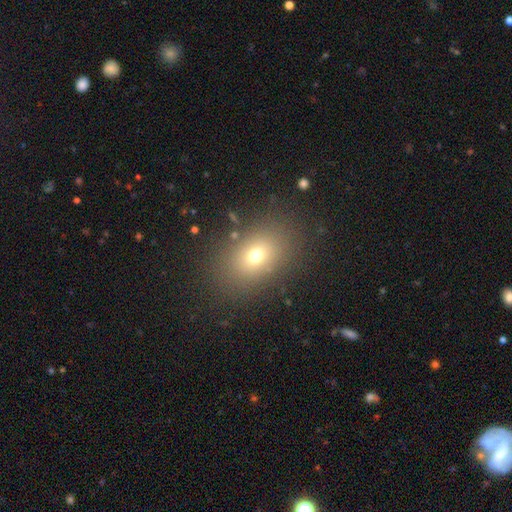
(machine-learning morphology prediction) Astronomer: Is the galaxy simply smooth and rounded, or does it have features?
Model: smooth — 69%.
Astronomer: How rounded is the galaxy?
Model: in between — 68%.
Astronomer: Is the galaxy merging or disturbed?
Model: none — 83%.